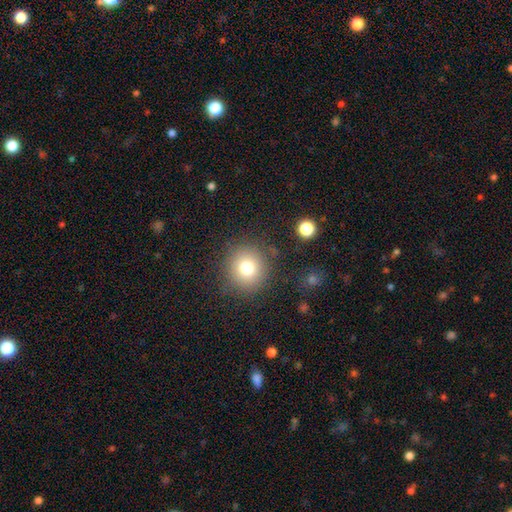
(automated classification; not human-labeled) A smooth galaxy with no disk features (69%) that is round (94%). Merging: none (90%).